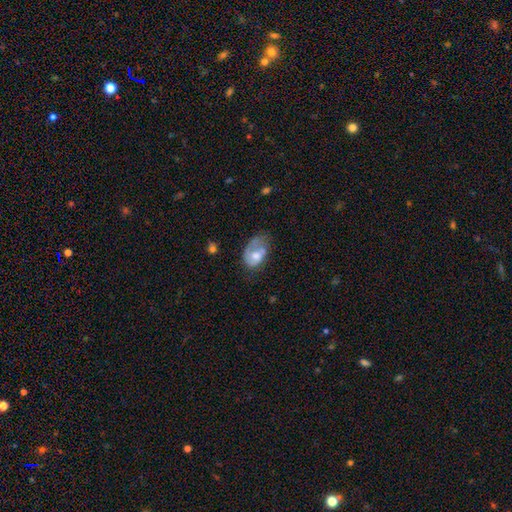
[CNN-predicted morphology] A smooth galaxy with no disk features (47%).

Vote fractions:
- Smooth or featured? smooth: 47% / featured or disk: 46% / star or artifact: 7%
- Merging? major disturbance: 37% / minor disturbance: 28% / none: 26% / merger: 10%